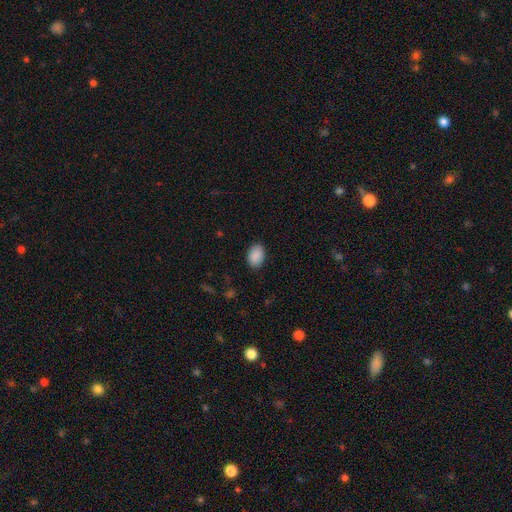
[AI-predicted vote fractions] A smooth galaxy with no disk features (90%) that is in between round and cigar-shaped (84%).

Vote fractions:
- Smooth or featured? smooth: 90% / star or artifact: 7% / featured or disk: 3%
- How rounded? in between: 84% / round: 15% / cigar-shaped: 1%
- Merging? none: 87% / minor disturbance: 10% / major disturbance: 2% / merger: 1%